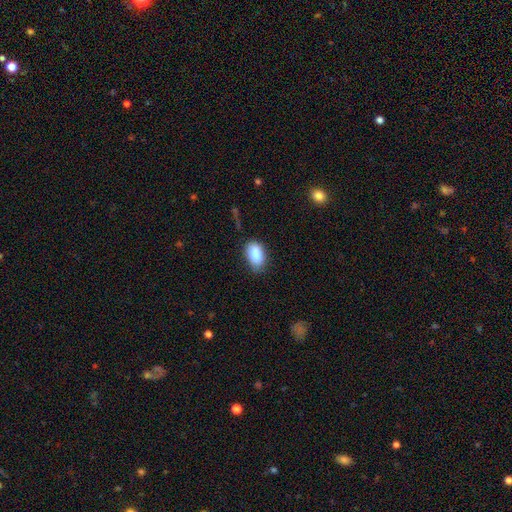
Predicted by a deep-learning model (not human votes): This is clearly a smooth galaxy (87%). How rounded: clearly in between (91%). Merging: likely none (68%).